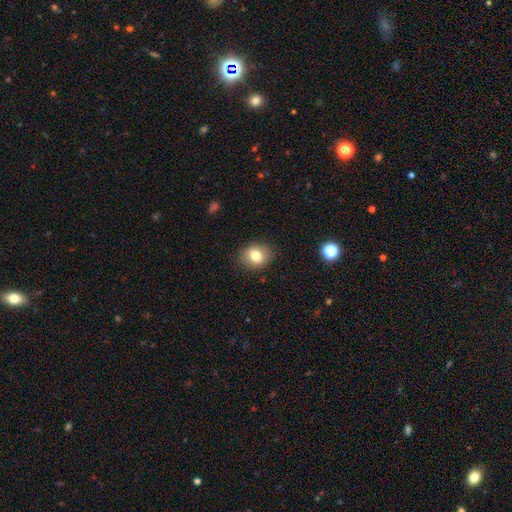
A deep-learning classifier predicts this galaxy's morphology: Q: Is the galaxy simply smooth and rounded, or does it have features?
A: smooth — 78%.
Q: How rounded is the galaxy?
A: round — 52%.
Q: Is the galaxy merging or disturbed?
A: none — 85%.